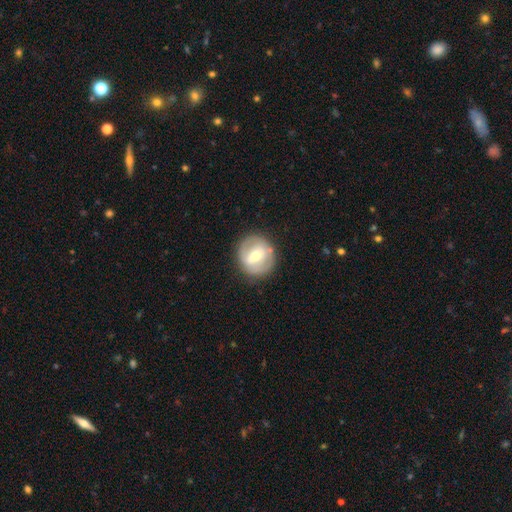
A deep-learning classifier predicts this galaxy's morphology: Smooth or featured?
  - featured or disk: 58% *
  - smooth: 36%
  - star or artifact: 6%
Edge-on disk?
  - no: 94% *
  - yes: 6%
Bar?
  - weak: 41% *
  - strong: 40%
  - no: 19%
Spiral arms?
  - no: 63% *
  - yes: 37%
Bulge size?
  - moderate: 68% *
  - small: 24%
  - large: 6%
  - none: 1%
  - dominant: 1%
Merging?
  - none: 83% *
  - minor disturbance: 11%
  - major disturbance: 4%
  - merger: 2%